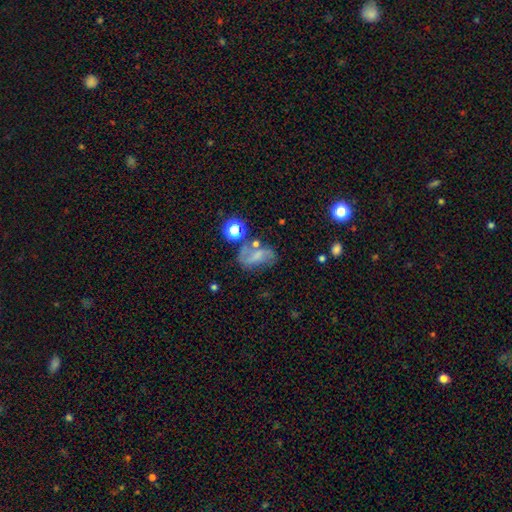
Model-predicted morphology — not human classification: Smooth or featured? Predicted: featured or disk (p=0.48). Merging? Predicted: none (p=0.47).